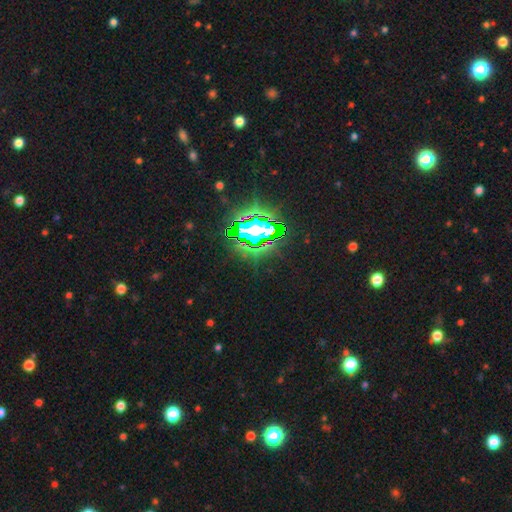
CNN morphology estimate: Smooth or featured? Predicted: star or artifact (p=0.77).